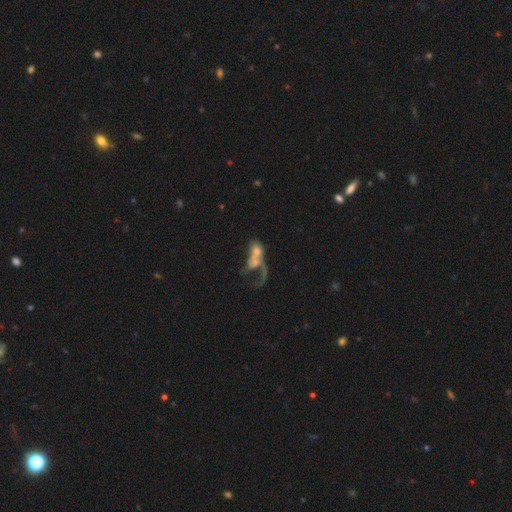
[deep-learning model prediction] smooth_or_featured: featured or disk (p=0.54) [alt: smooth p=0.34]
disk_edge_on: no (p=0.95) [alt: yes p=0.05]
bar: no (p=0.76) [alt: weak p=0.18]
has_spiral_arms: no (p=0.57) [alt: yes p=0.43]
bulge_size: none (p=0.31) [alt: small p=0.30]
merging: merger (p=0.59) [alt: major disturbance p=0.24]